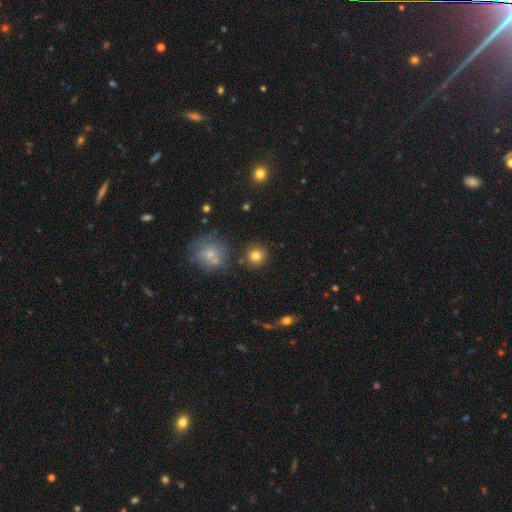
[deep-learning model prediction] smooth_or_featured: smooth (p=0.81) [alt: star or artifact p=0.12]
how_rounded: round (p=0.92) [alt: in between p=0.07]
merging: none (p=0.86) [alt: minor disturbance p=0.07]